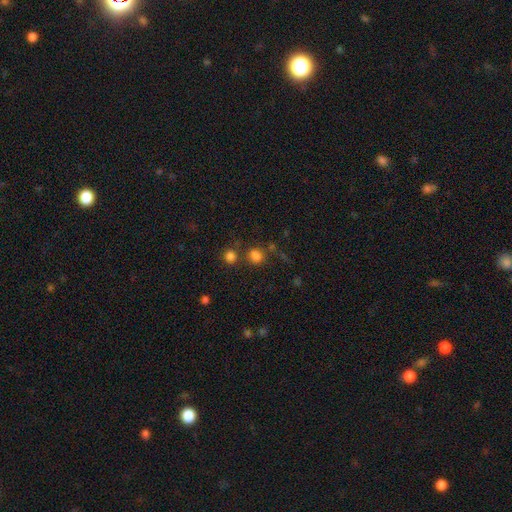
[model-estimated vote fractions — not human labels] Smooth or featured? Predicted: smooth (p=0.77). How rounded? Predicted: round (p=0.80). Merging? Predicted: none (p=0.66).